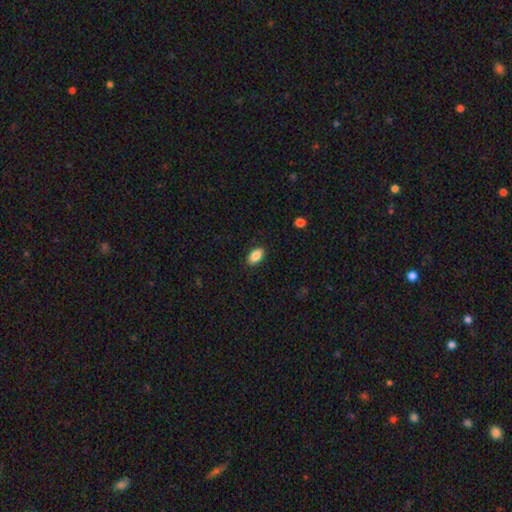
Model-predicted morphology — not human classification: Overall: smooth (86%). How rounded: in between (92%). Merging: none (89%).